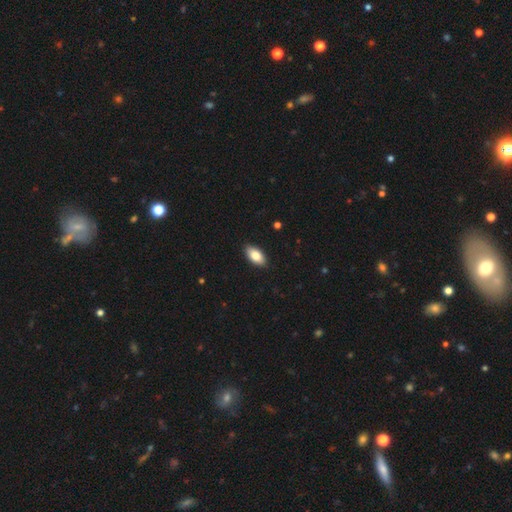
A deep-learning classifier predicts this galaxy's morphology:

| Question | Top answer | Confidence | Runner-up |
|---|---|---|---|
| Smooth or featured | smooth | 83% | featured or disk (10%) |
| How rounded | in between | 92% | cigar-shaped (5%) |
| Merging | none | 89% | minor disturbance (8%) |